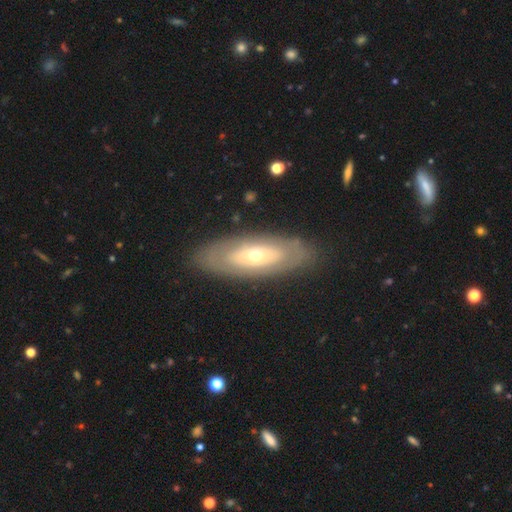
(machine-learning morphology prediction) This is possibly a featured or disk galaxy (55%). It is likely not viewed edge-on (79%). Merging: clearly none (83%).